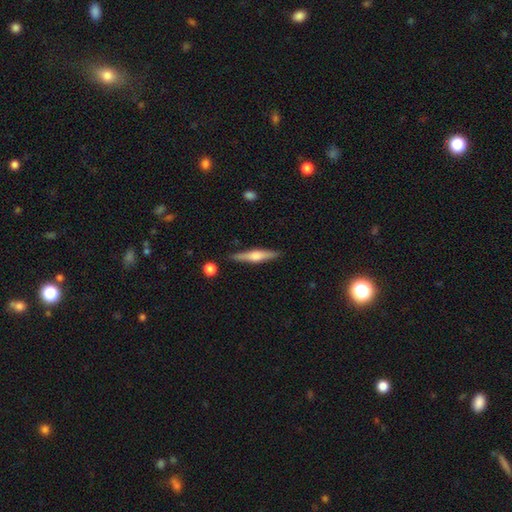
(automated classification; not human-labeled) smooth_or_featured: featured or disk (p=0.63) [alt: smooth p=0.31]
disk_edge_on: yes (p=0.97) [alt: no p=0.03]
edge_on_bulge: rounded (p=0.84) [alt: boxy p=0.11]
merging: none (p=0.88) [alt: minor disturbance p=0.08]